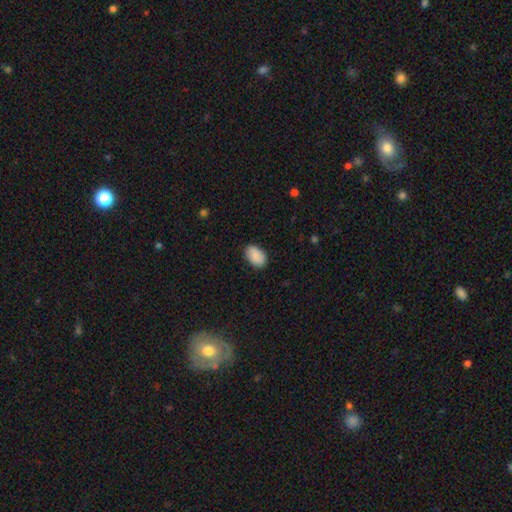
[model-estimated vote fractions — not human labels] Q: Smooth or featured?
A: smooth (88%); runner-up: star or artifact (6%)
Q: How rounded?
A: in between (89%); runner-up: round (10%)
Q: Merging?
A: none (84%); runner-up: minor disturbance (13%)